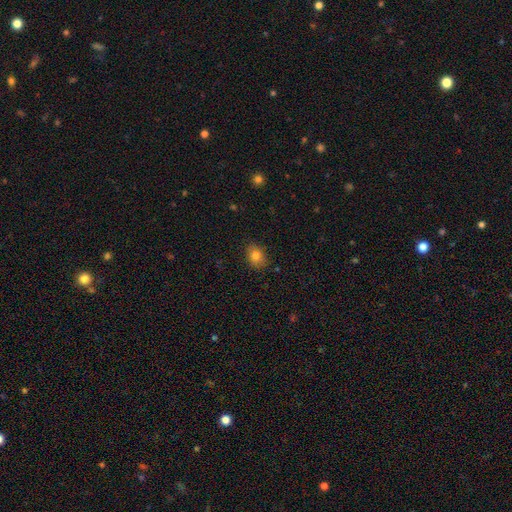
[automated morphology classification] Overall: smooth (81%). How rounded: in between (61%; round 38%). Merging: none (84%).